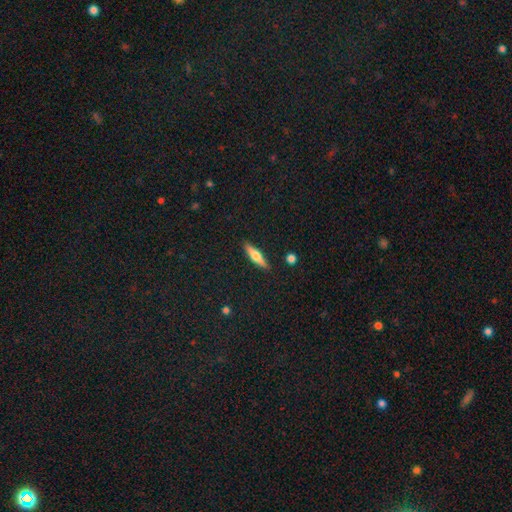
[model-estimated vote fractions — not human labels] This is possibly a smooth galaxy (48%). Merging: clearly none (88%).